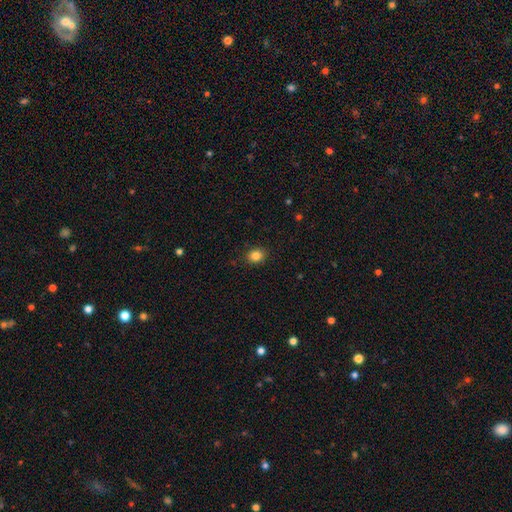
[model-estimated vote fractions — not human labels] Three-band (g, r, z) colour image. It shows a smooth galaxy with no disk features (84%) that is round (63%). Merging: none (90%).